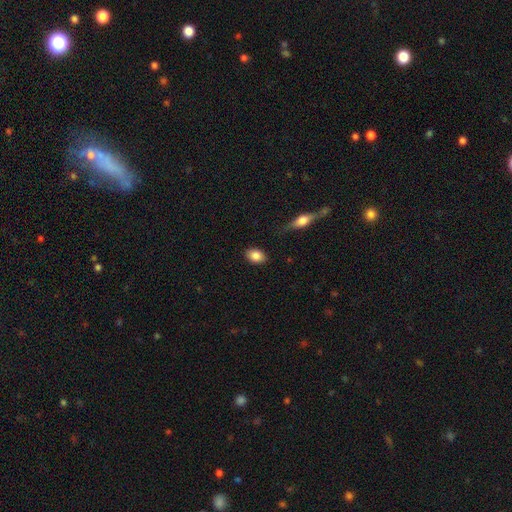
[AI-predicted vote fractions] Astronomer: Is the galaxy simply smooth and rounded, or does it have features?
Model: smooth — 85%.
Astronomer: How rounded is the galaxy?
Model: in between — 80%.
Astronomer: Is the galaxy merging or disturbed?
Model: none — 87%.